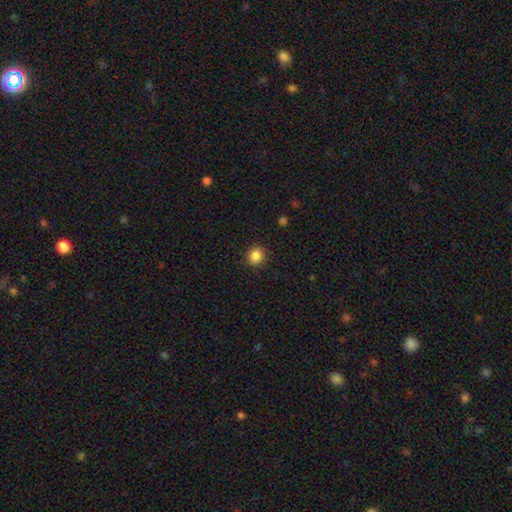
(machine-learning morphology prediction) Overall: smooth (86%). How rounded: round (88%). Merging: none (90%).